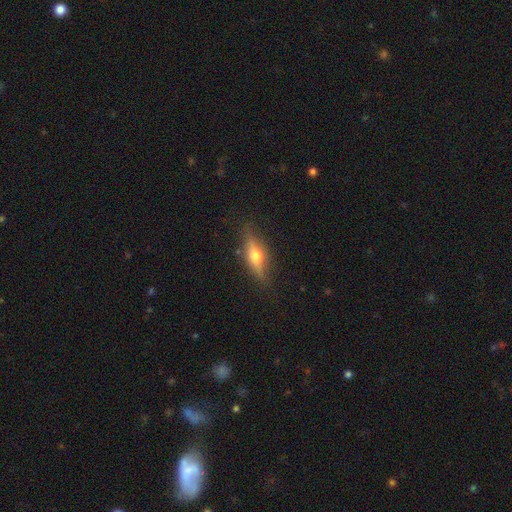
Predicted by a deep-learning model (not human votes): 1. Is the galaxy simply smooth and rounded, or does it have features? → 51% featured or disk, 41% smooth, 8% star or artifact.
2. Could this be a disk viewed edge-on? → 89% yes, 11% no.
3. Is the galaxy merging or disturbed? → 81% none, 14% minor disturbance, 3% major disturbance, 1% merger.